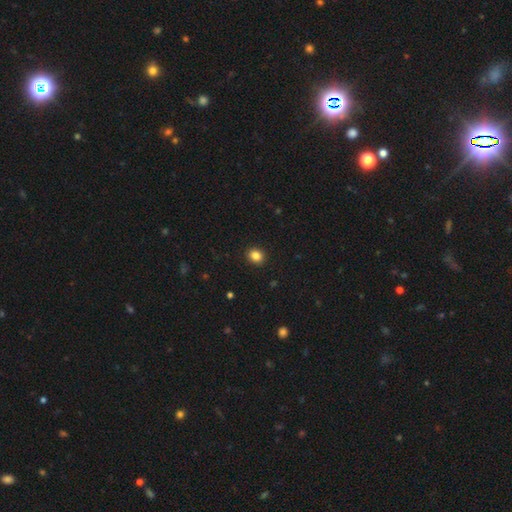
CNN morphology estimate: Smooth or featured?
  - smooth: 85% *
  - star or artifact: 11%
  - featured or disk: 4%
How rounded?
  - round: 71% *
  - in between: 28%
  - cigar-shaped: 1%
Merging?
  - none: 92% *
  - minor disturbance: 5%
  - major disturbance: 2%
  - merger: 1%